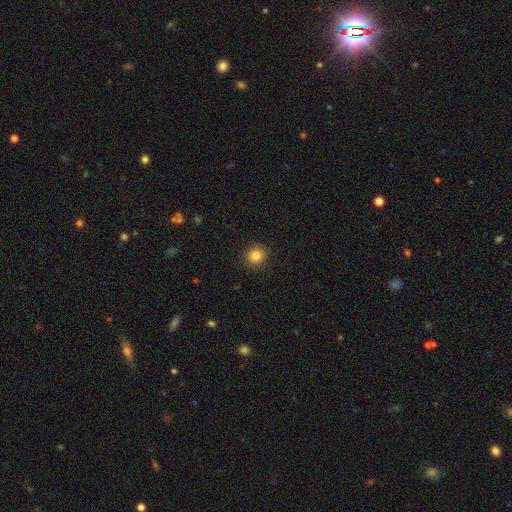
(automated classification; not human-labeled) A smooth galaxy with no disk features (86%) that is round (90%). Merging: none (90%).